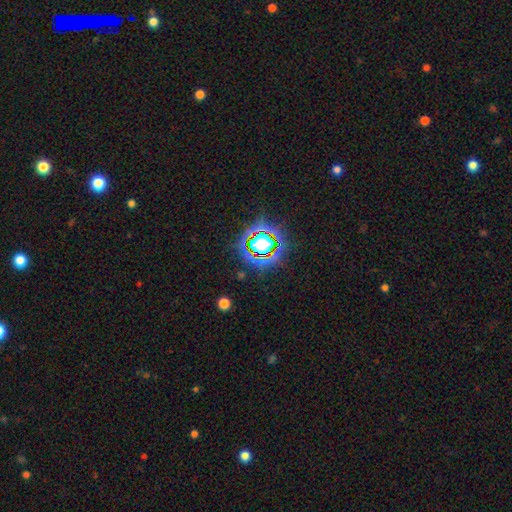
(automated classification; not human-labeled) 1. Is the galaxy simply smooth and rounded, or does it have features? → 78% star or artifact, 13% smooth, 9% featured or disk.